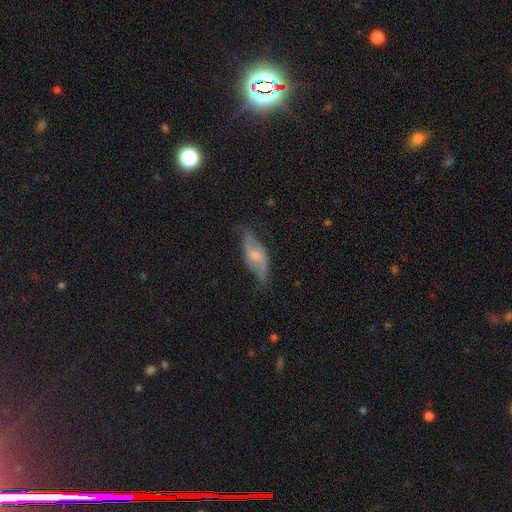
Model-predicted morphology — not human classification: smooth_or_featured: featured or disk (p=0.64) [alt: smooth p=0.29]
disk_edge_on: no (p=0.81) [alt: yes p=0.19]
bar: no (p=0.57) [alt: weak p=0.33]
has_spiral_arms: yes (p=0.79) [alt: no p=0.21]
bulge_size: small (p=0.50) [alt: moderate p=0.43]
merging: none (p=0.63) [alt: minor disturbance p=0.27]